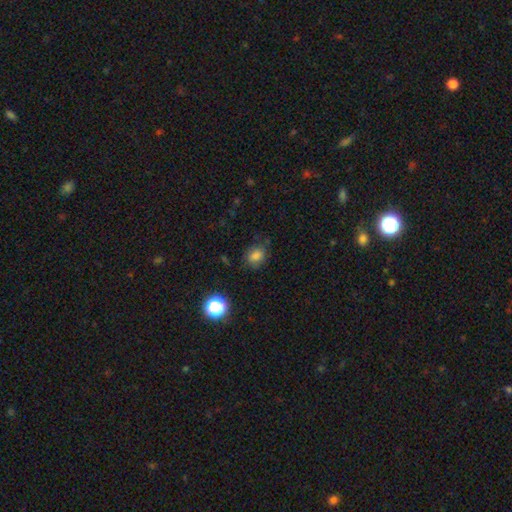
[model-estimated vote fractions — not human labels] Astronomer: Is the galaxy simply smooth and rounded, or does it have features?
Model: smooth — 77%.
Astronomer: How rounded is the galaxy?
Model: round — 54% (runner-up: in between, 45%).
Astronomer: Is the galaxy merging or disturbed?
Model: none — 70%.